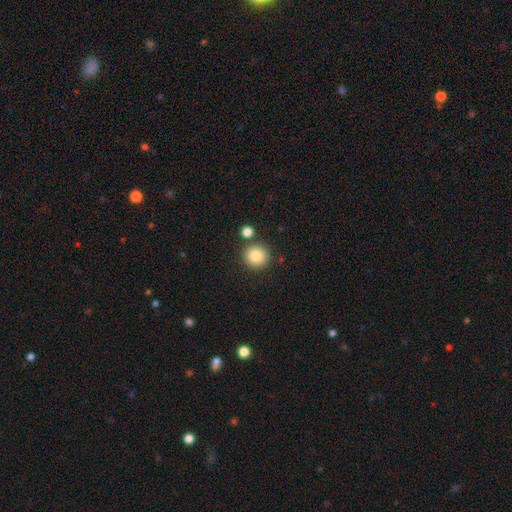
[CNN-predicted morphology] Smooth or featured? smooth (85%)
How rounded? round (92%)
Merging? none (82%)